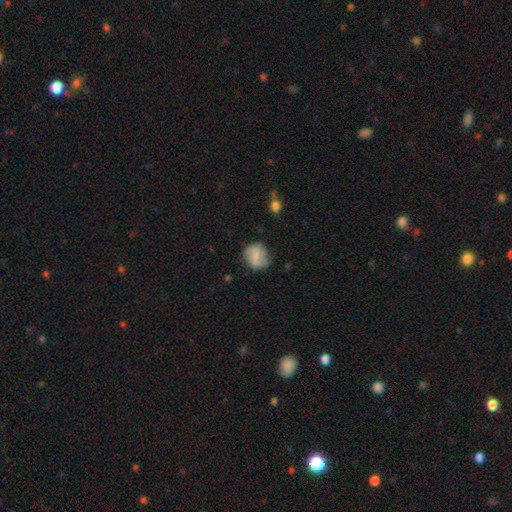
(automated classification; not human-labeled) A smooth galaxy with no disk features (57%) that is round (71%).

Vote fractions:
- Smooth or featured? smooth: 57% / featured or disk: 35% / star or artifact: 8%
- How rounded? round: 71% / in between: 27% / cigar-shaped: 1%
- Merging? none: 65% / minor disturbance: 25% / major disturbance: 8% / merger: 2%